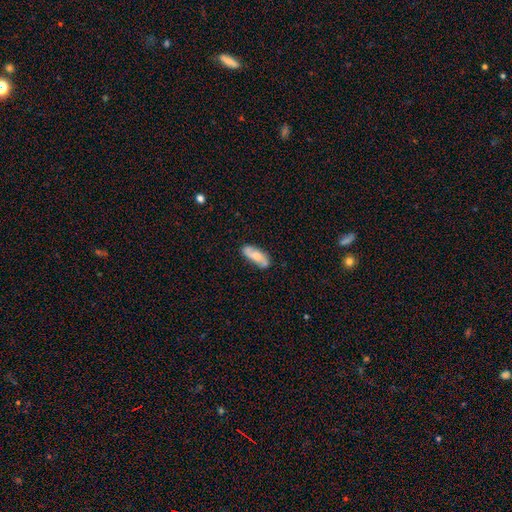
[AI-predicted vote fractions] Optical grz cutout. It shows a smooth galaxy with no disk features (47%). Merging: none (74%).